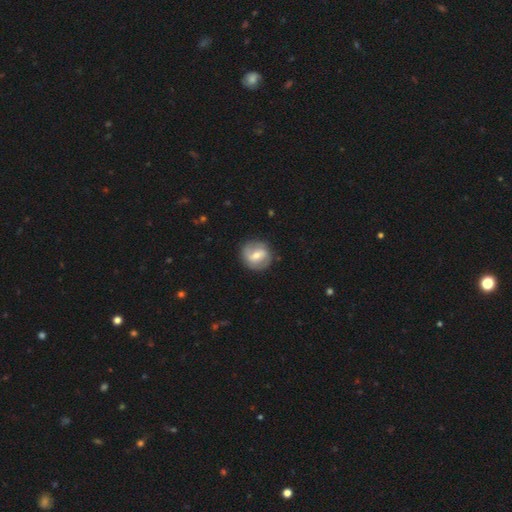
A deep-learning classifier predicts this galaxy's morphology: Smooth or featured: featured or disk — 59% (smooth — 34%)
Edge-on disk: no — 96% (yes — 4%)
Bar: weak — 47% (strong — 31%)
Spiral arms: yes — 74% (no — 26%)
Bulge size: moderate — 60% (small — 33%)
Merging: none — 83% (minor disturbance — 12%)